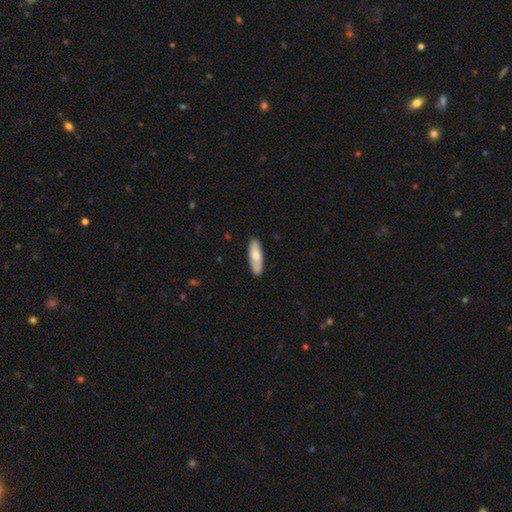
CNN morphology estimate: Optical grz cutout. It shows a smooth galaxy with no disk features (71%) that is cigar-shaped (52%). Merging: none (89%).